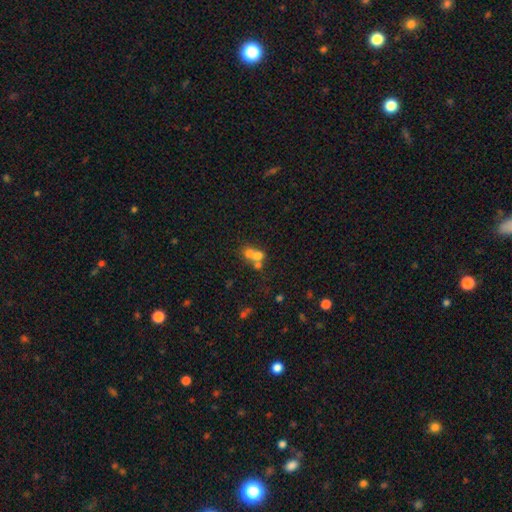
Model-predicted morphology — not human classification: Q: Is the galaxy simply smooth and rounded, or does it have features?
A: smooth — 61%.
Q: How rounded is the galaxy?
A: round — 63%.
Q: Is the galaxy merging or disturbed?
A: merger — 65%.